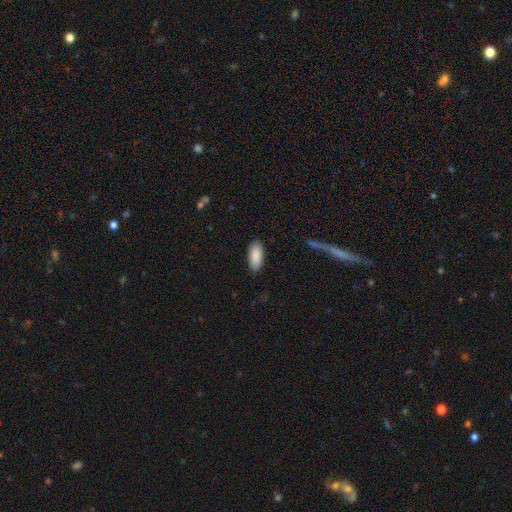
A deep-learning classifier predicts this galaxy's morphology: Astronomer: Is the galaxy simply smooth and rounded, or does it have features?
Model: smooth — 90%.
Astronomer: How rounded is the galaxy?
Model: in between — 90%.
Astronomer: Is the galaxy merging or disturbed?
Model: none — 89%.